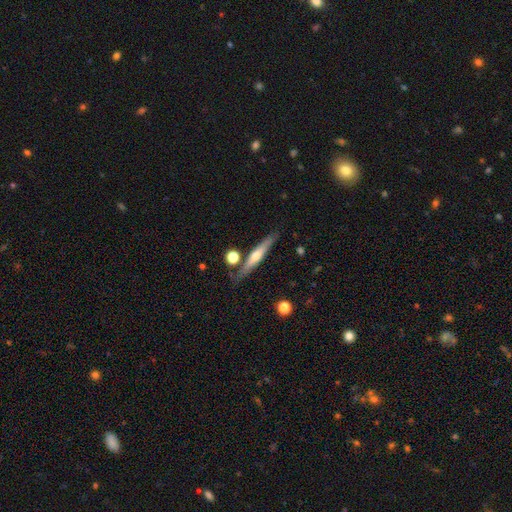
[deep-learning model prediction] A featured or disk galaxy (57%) viewed edge-on (94%) with a rounded central bulge (79%). Merging: none (80%).